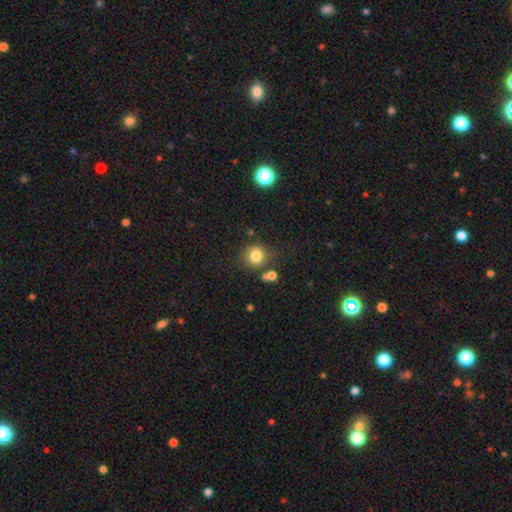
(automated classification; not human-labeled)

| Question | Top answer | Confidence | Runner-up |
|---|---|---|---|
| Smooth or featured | smooth | 80% | star or artifact (12%) |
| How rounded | round | 78% | in between (21%) |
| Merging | none | 71% | minor disturbance (13%) |